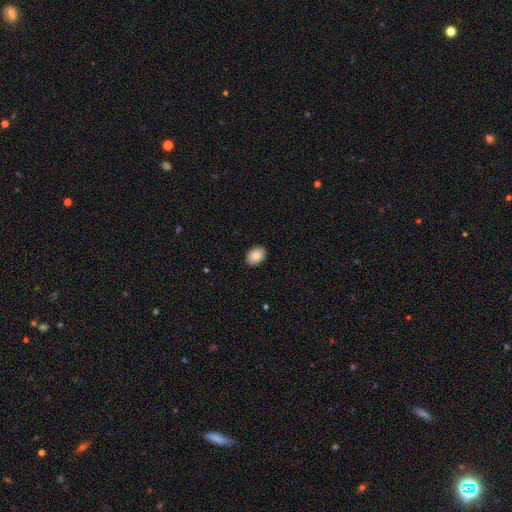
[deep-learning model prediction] Smooth or featured? Predicted: smooth (p=0.87). How rounded? Predicted: in between (p=0.75). Merging? Predicted: none (p=0.90).